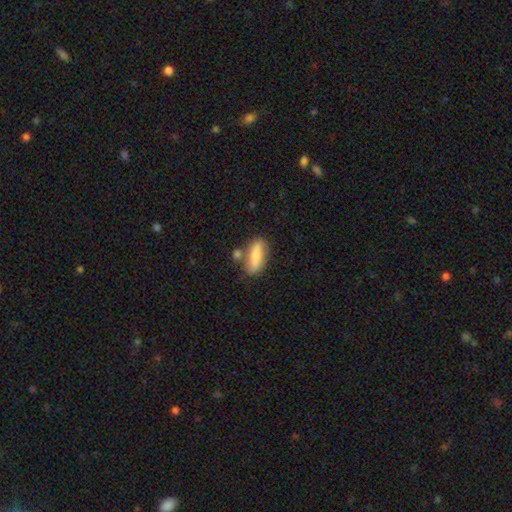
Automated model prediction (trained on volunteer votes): This appears to be a smooth galaxy with no disk features (70%) that is in between round and cigar-shaped (58%). Merging: none (68%).